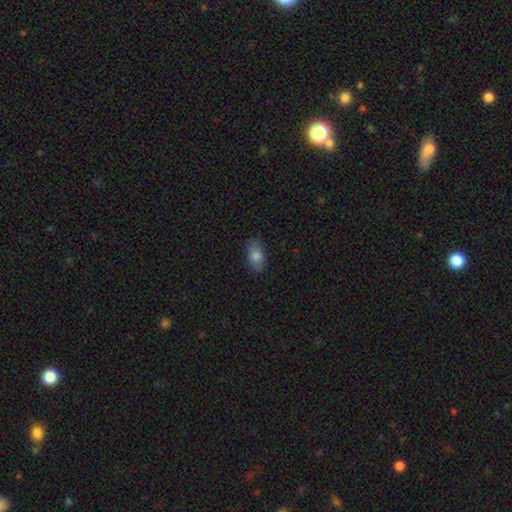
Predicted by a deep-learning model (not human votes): Smooth or featured? smooth (82%)
How rounded? in between (90%)
Merging? none (83%)